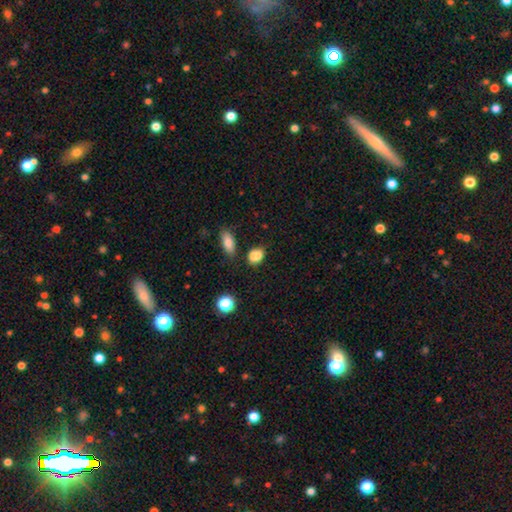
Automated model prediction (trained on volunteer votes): Smooth or featured? Predicted: smooth (p=0.82). How rounded? Predicted: in between (p=0.62). Merging? Predicted: none (p=0.58).